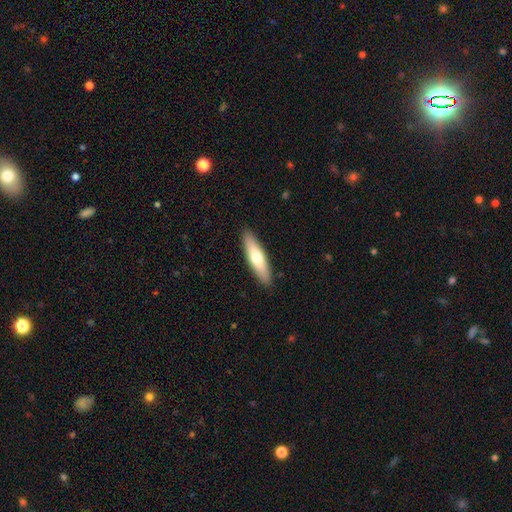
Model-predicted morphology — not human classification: The model was most divided on "smooth or featured": smooth: 62%, featured or disk: 32%, star or artifact: 6%. More confident: merging — none (91%); how rounded — cigar-shaped (70%).